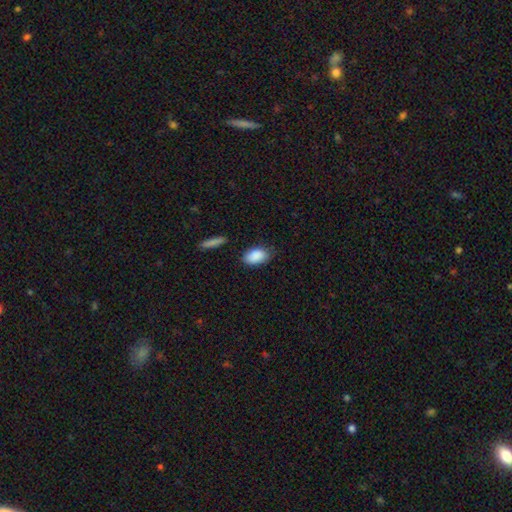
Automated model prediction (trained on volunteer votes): This appears to be a smooth galaxy with no disk features (89%) that is in between round and cigar-shaped (91%). Merging: none (76%).